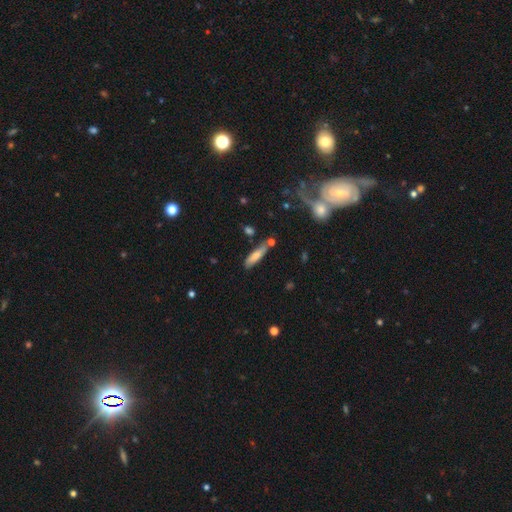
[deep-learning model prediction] Smooth or featured? Predicted: smooth (p=0.73). How rounded? Predicted: cigar-shaped (p=0.70). Merging? Predicted: none (p=0.68).